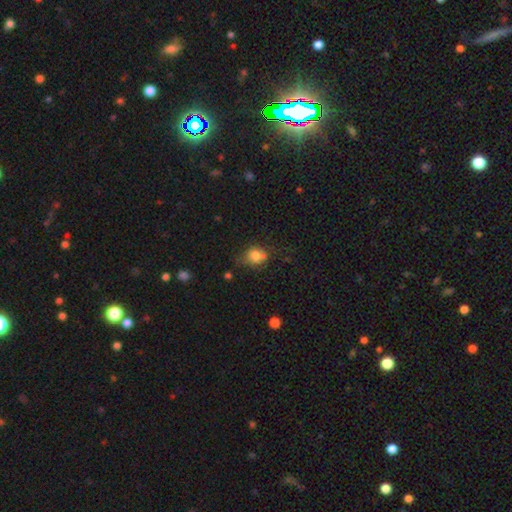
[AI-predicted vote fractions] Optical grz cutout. It shows a smooth galaxy with no disk features (78%) that is round (58%). Merging: none (48%).